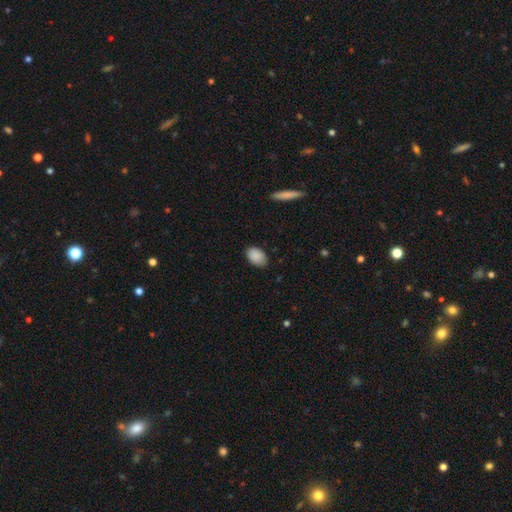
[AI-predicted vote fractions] This is clearly a smooth galaxy (89%). How rounded: clearly in between (88%). Merging: clearly none (82%).